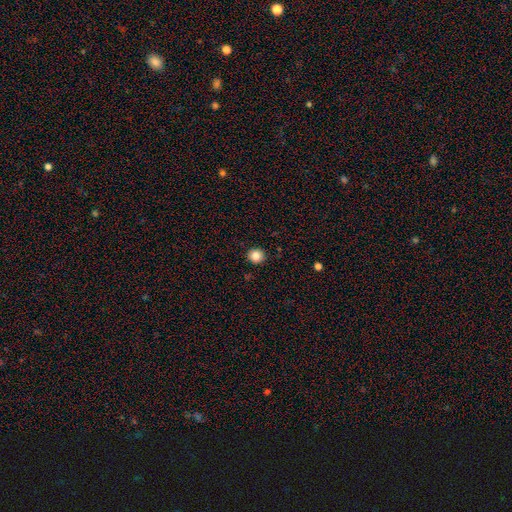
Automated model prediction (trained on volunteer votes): A smooth galaxy with no disk features (84%) that is round (90%). Merging: none (92%).